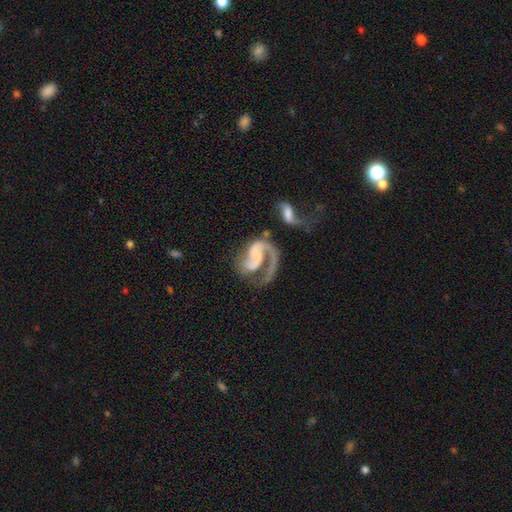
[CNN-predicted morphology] Overall: featured or disk (86%). Edge-on disk: no (98%). Bar: no (51%; weak 34%). Spiral arms: yes (94%). Spiral arm count: 2 (48%; 1 45%). Spiral winding: medium (45%; loose 37%). Bulge size: none (40%; small 37%). Merging: major disturbance (37%; none 30%).